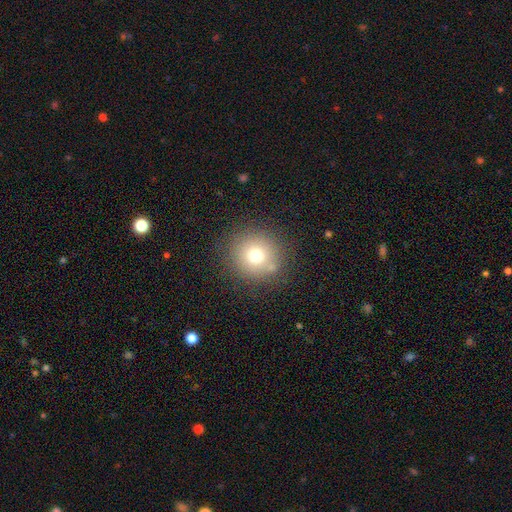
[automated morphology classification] A smooth galaxy with no disk features (72%) that is round (93%). Merging: none (84%).